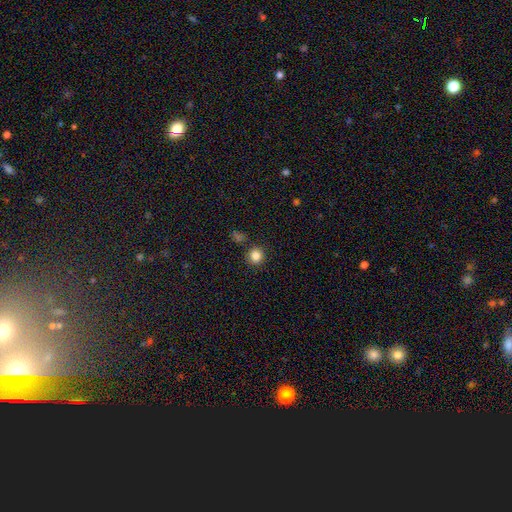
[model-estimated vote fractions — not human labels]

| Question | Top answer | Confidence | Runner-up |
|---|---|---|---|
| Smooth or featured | smooth | 84% | star or artifact (12%) |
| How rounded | round | 93% | in between (6%) |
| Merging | none | 88% | minor disturbance (6%) |